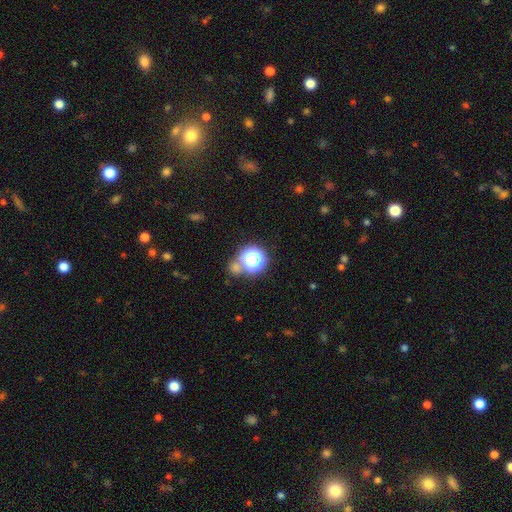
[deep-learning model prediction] Smooth or featured: smooth — 45% (tied with star or artifact — 45%)
Merging: none — 61% (merger — 20%)